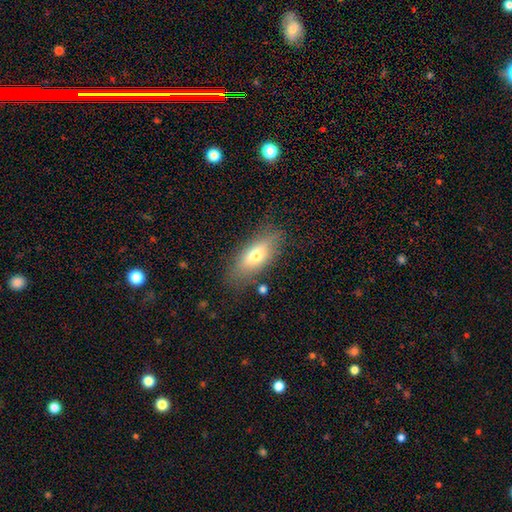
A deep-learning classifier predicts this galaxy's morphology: Overall: smooth (66%; featured or disk 26%). How rounded: in between (74%). Merging: none (77%).